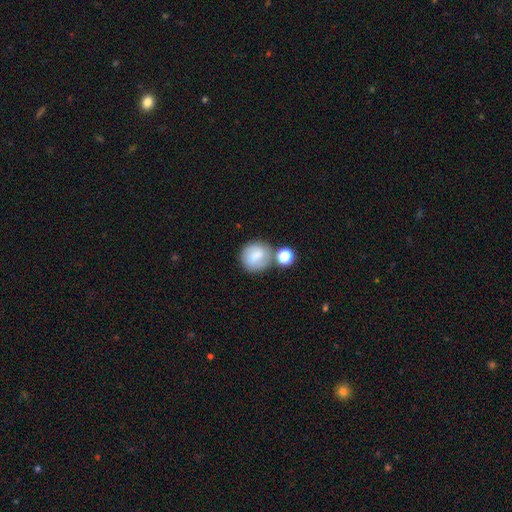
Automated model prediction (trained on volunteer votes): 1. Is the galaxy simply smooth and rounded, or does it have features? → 70% smooth, 21% featured or disk, 9% star or artifact.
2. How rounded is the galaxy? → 85% round, 14% in between, 1% cigar-shaped.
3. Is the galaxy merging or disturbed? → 57% none, 21% merger, 15% minor disturbance, 6% major disturbance.